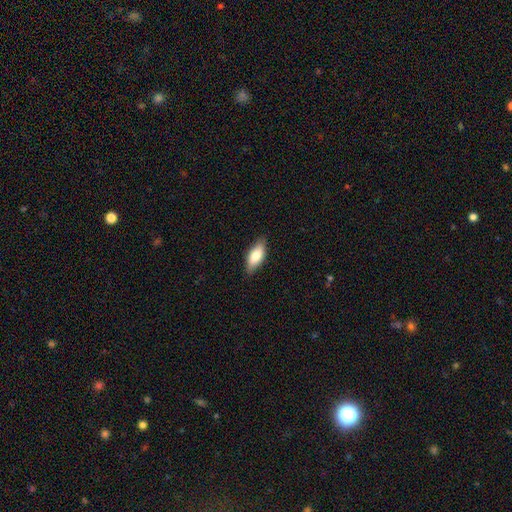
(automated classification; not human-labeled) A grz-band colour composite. It shows a smooth galaxy with no disk features (77%) that is in between round and cigar-shaped (79%). Merging: none (84%).